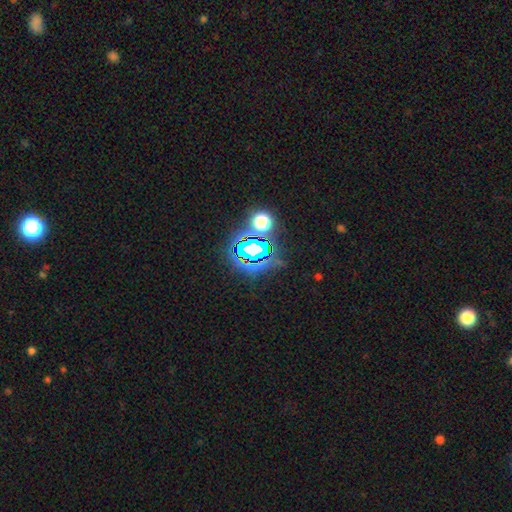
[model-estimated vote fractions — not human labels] Smooth or featured: star or artifact — 73% (smooth — 17%)